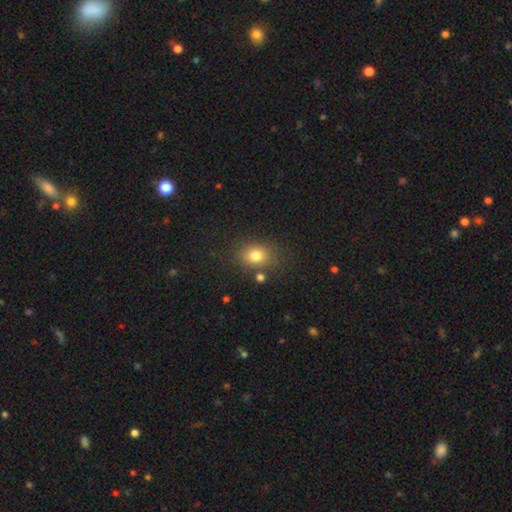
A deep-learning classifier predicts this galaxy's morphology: Smooth or featured: smooth — 79% (star or artifact — 12%)
How rounded: in between — 50% (round — 49%)
Merging: none — 77% (minor disturbance — 13%)